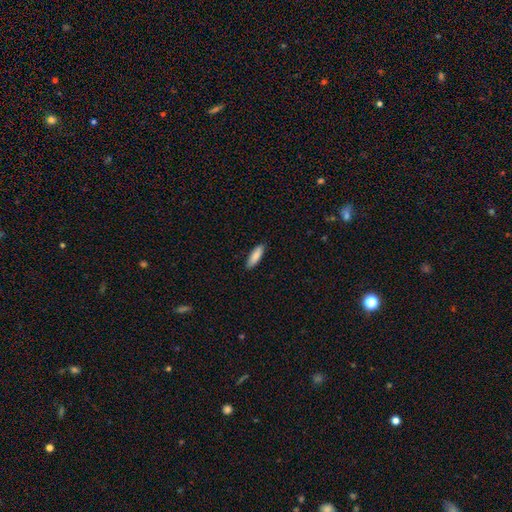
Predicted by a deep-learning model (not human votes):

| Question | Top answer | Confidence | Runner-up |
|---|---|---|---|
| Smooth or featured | smooth | 87% | featured or disk (7%) |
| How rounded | cigar-shaped | 51% | in between (48%) |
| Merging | none | 88% | minor disturbance (9%) |